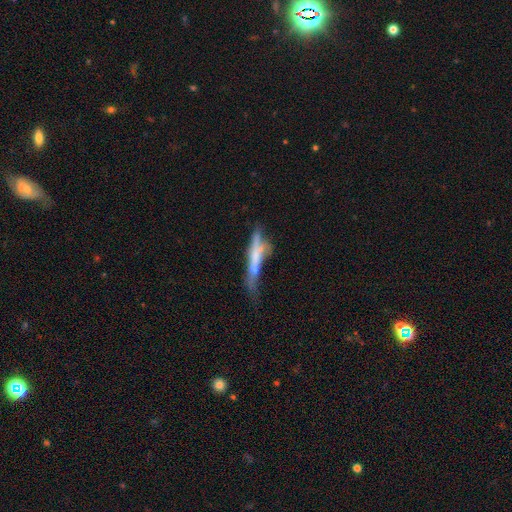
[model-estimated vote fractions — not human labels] smooth-or-featured: featured or disk: 47% | smooth: 43% | star or artifact: 10%
  merging: major disturbance: 28% | none: 27% | merger: 24% | minor disturbance: 21%